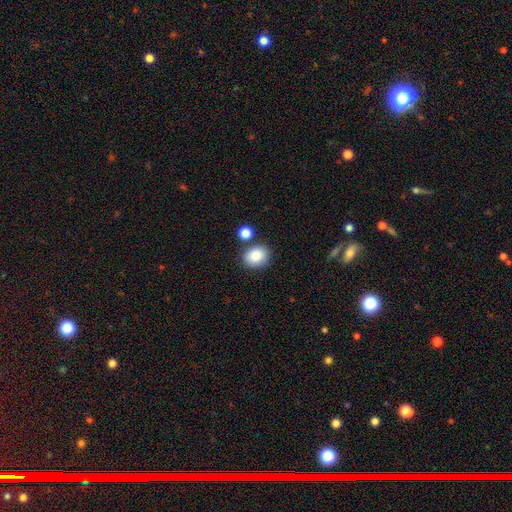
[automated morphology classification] Smooth or featured? Predicted: smooth (p=0.86). How rounded? Predicted: round (p=0.52). Merging? Predicted: none (p=0.76).